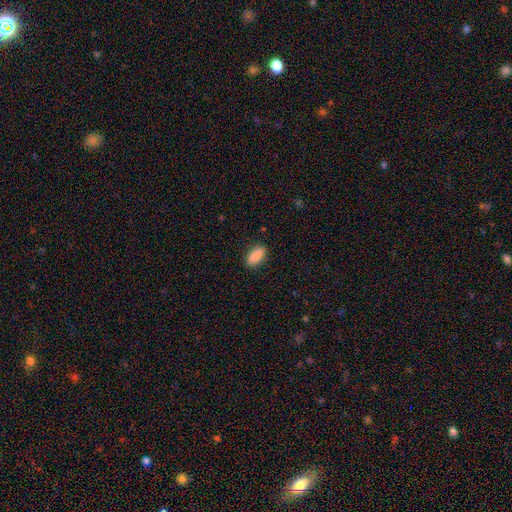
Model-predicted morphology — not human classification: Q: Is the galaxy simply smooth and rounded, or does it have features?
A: smooth — 88%.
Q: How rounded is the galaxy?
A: in between — 84%.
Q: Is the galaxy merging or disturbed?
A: none — 88%.